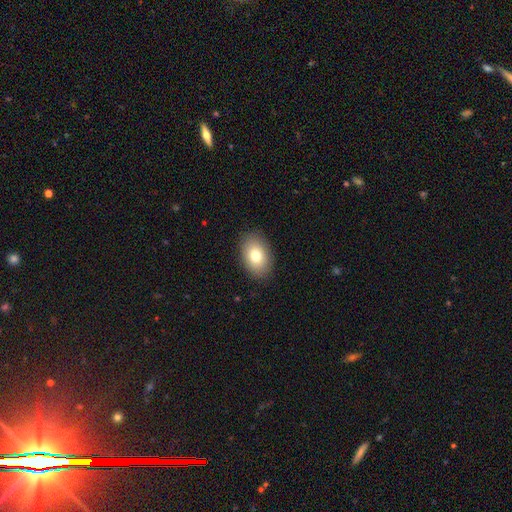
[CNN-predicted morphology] This is likely a smooth galaxy (79%). How rounded: clearly in between (86%). Merging: clearly none (88%).